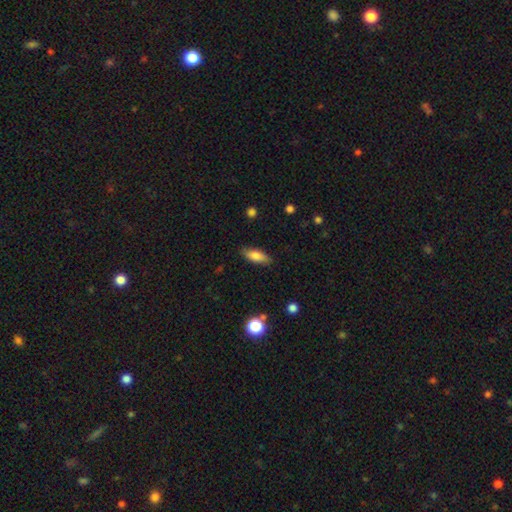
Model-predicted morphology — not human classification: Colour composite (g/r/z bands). It shows a smooth galaxy with no disk features (79%) that is in between round and cigar-shaped (71%). Merging: none (85%).